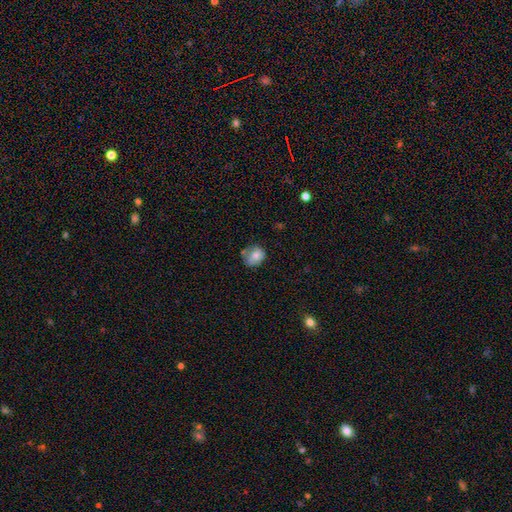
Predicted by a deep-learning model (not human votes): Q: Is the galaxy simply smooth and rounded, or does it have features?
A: smooth — 72%.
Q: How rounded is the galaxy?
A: round — 65%.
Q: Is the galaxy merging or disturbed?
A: none — 57%.